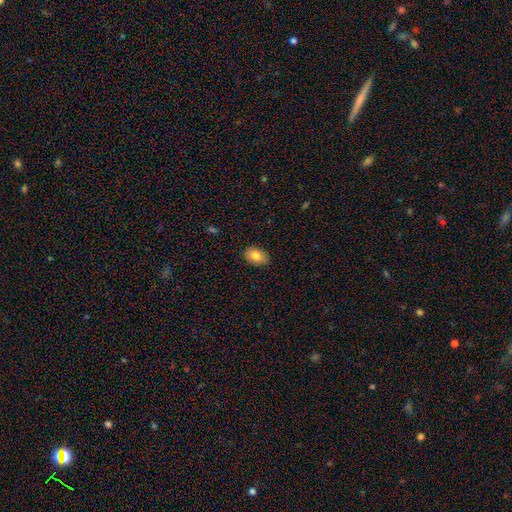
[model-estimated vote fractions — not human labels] The model was most divided on "merging": none: 82%, minor disturbance: 14%, major disturbance: 2%, merger: 1%. More confident: how rounded — in between (85%); smooth or featured — smooth (83%).